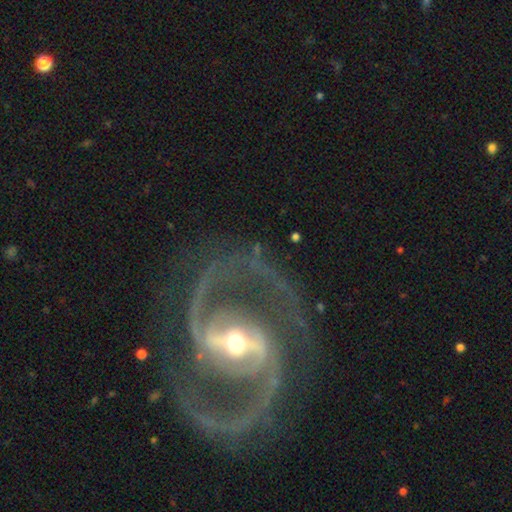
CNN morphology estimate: The model was most divided on "bulge size": moderate: 61%, small: 31%, large: 6%, dominant: 1%, none: 1%. More confident: spiral arms — yes (98%); edge-on disk — no (98%); smooth or featured — featured or disk (92%); spiral arm count — 2 (90%); merging — none (75%); spiral winding — medium (62%); bar — strong (61%).